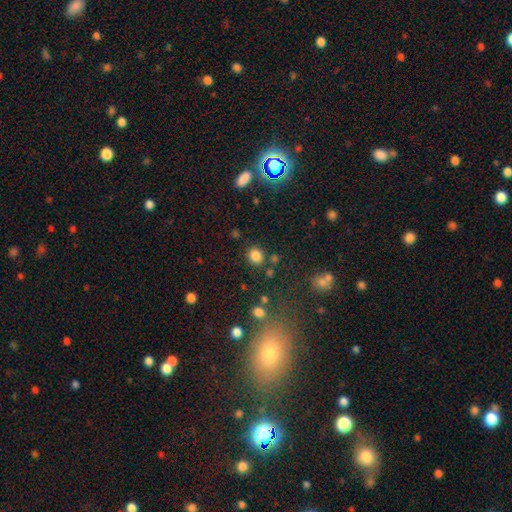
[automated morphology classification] smooth 82%, star or artifact 13%, featured or disk 5%. Down the decision tree: how rounded — round (86%); merging — none (84%).